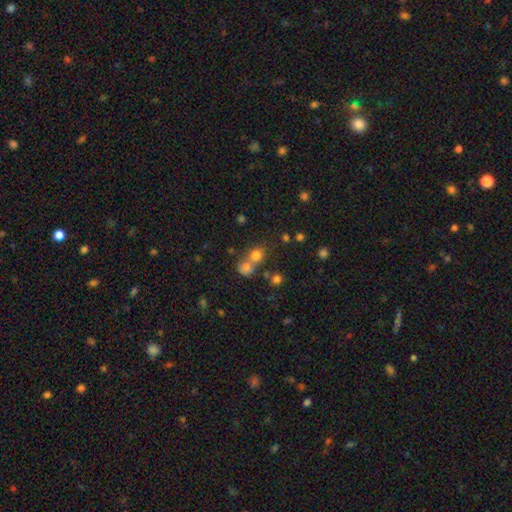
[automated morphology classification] Smooth or featured? Predicted: smooth (p=0.73). How rounded? Predicted: round (p=0.76). Merging? Predicted: merger (p=0.52).